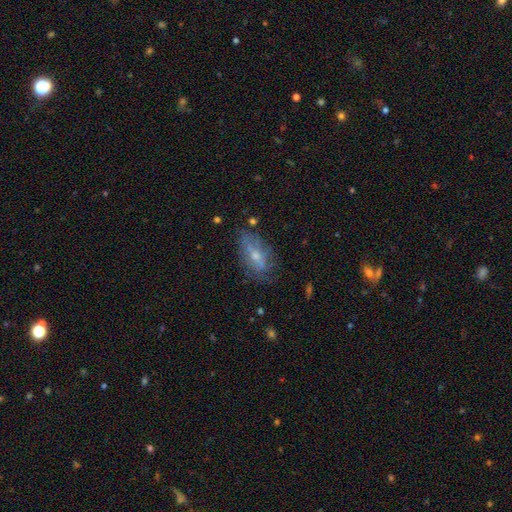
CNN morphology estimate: A featured or disk galaxy (48%). Merging: none (65%).